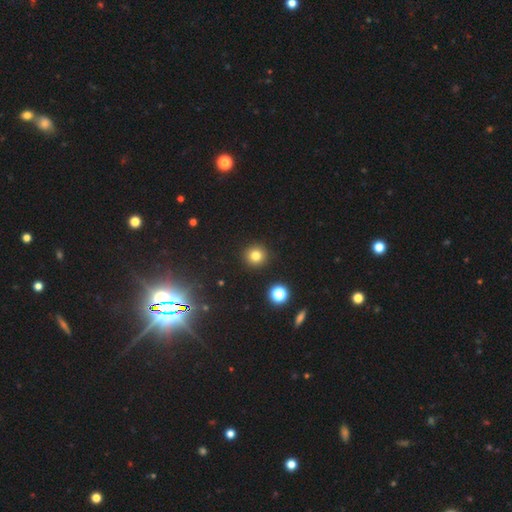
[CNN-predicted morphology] smooth-or-featured: smooth: 78% | star or artifact: 15% | featured or disk: 6%
  how-rounded: round: 95% | in between: 4% | cigar-shaped: 1%
  merging: none: 92% | minor disturbance: 5% | major disturbance: 2% | merger: 2%